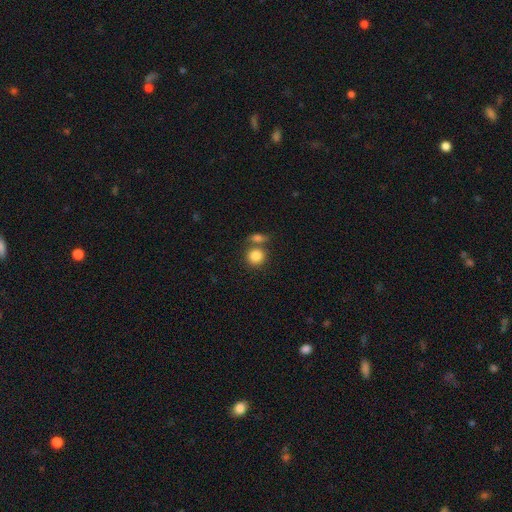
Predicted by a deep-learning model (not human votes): Q: Smooth or featured?
A: smooth (85%); runner-up: star or artifact (9%)
Q: How rounded?
A: round (83%); runner-up: in between (15%)
Q: Merging?
A: none (53%); runner-up: merger (33%)